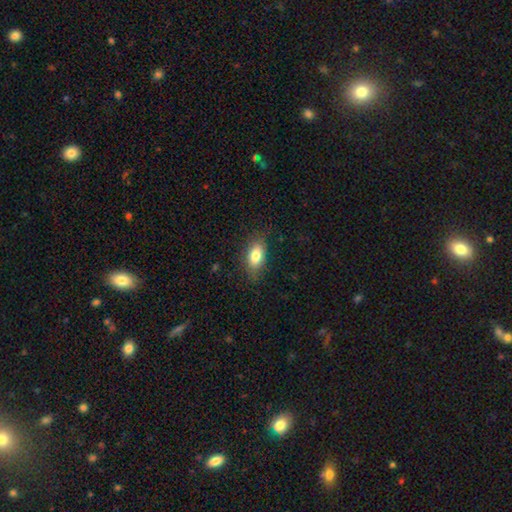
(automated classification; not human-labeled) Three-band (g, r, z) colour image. It shows a smooth galaxy with no disk features (81%) that is in between round and cigar-shaped (88%). Merging: none (82%).